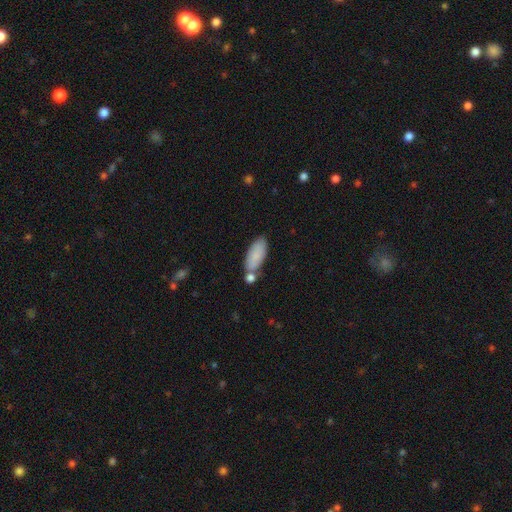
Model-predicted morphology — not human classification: A smooth galaxy with no disk features (84%) that is in between round and cigar-shaped (82%).

Vote fractions:
- Smooth or featured? smooth: 84% / featured or disk: 10% / star or artifact: 6%
- How rounded? in between: 82% / cigar-shaped: 16% / round: 2%
- Merging? none: 63% / minor disturbance: 17% / merger: 16% / major disturbance: 4%